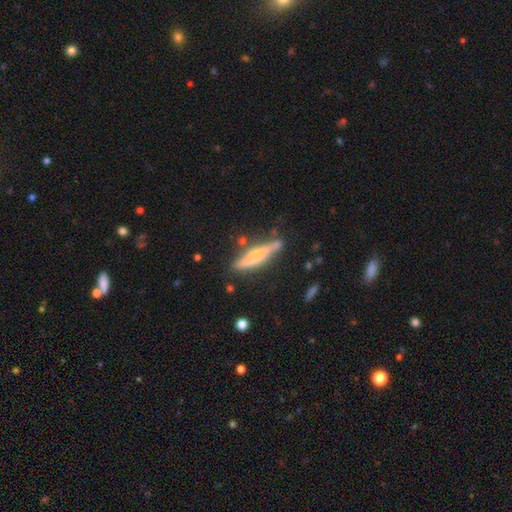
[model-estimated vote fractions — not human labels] Smooth or featured? Predicted: featured or disk (p=0.60). Edge-on disk? Predicted: yes (p=0.93). Edge-on bulge? Predicted: rounded (p=0.79). Merging? Predicted: none (p=0.75).